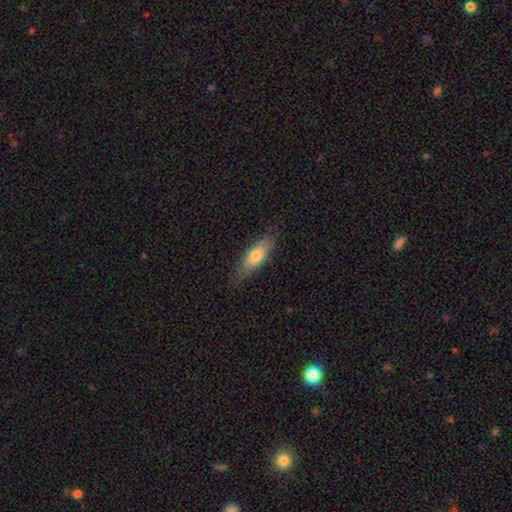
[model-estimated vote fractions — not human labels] The model was most divided on "how rounded": in between: 64%, cigar-shaped: 33%, round: 2%. More confident: merging — none (76%); smooth or featured — smooth (71%).